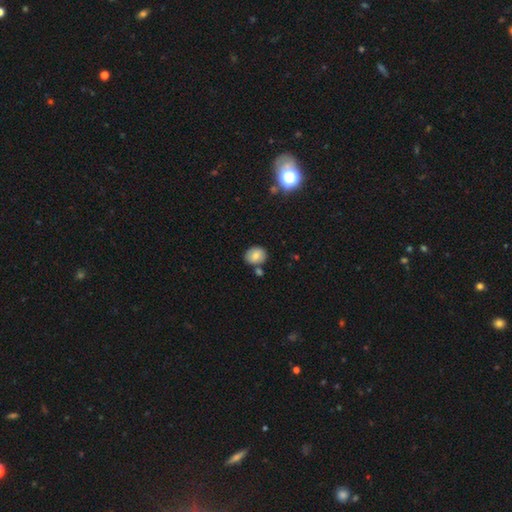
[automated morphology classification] type=smooth (79%); roundness=round (67%); merging=none (72%).